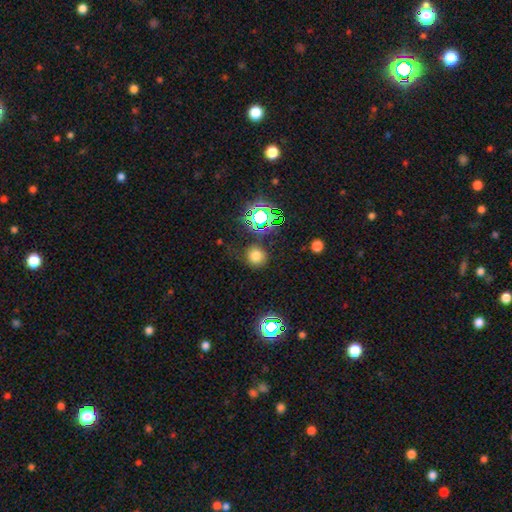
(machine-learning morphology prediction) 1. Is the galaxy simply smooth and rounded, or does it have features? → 70% smooth, 23% star or artifact, 8% featured or disk.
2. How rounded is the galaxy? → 87% round, 11% in between, 1% cigar-shaped.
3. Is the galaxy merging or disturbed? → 77% none, 13% minor disturbance, 5% major disturbance, 4% merger.